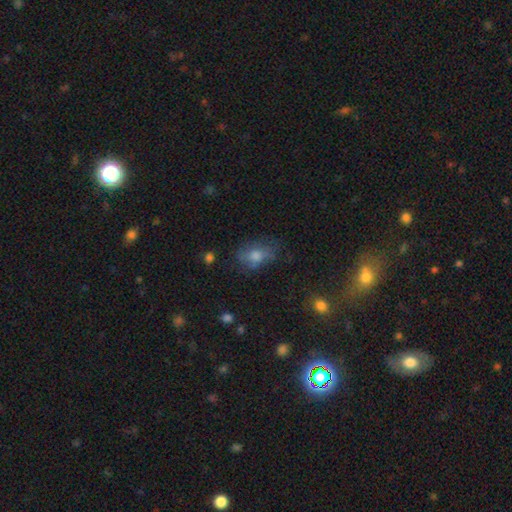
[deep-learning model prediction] smooth-or-featured: smooth: 63% | featured or disk: 23% | star or artifact: 14%
  how-rounded: in between: 79% | round: 18% | cigar-shaped: 3%
  merging: none: 62% | minor disturbance: 24% | major disturbance: 11% | merger: 3%